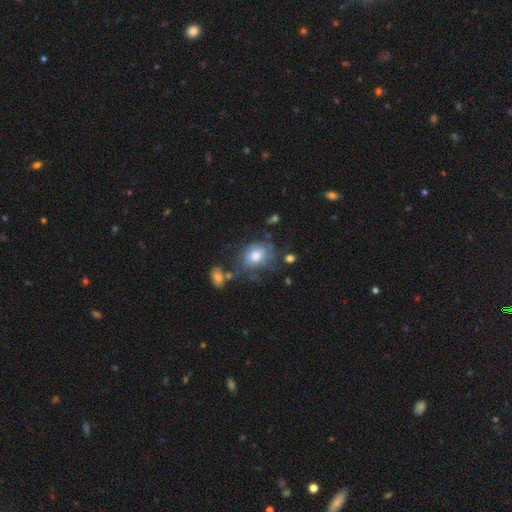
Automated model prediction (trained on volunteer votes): A smooth galaxy with no disk features (50%).

Vote fractions:
- Smooth or featured? smooth: 50% / featured or disk: 40% / star or artifact: 10%
- Merging? none: 45% / minor disturbance: 26% / major disturbance: 22% / merger: 8%